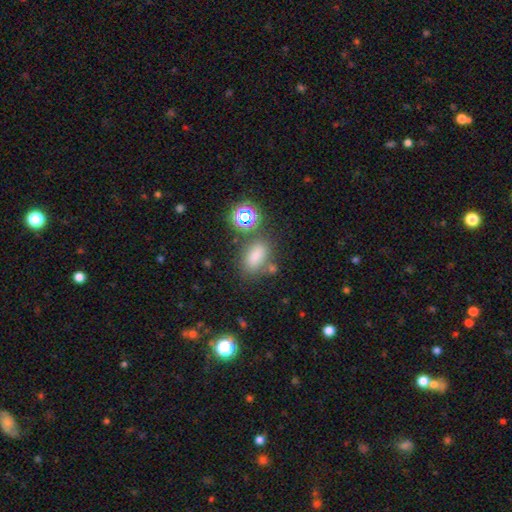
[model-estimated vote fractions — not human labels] Overall: smooth (72%). How rounded: in between (79%). Merging: none (65%).